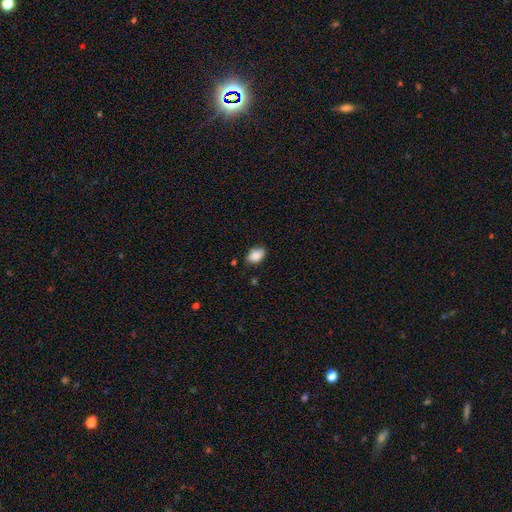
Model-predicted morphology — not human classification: smooth_or_featured: smooth (p=0.88) [alt: star or artifact p=0.08]
how_rounded: in between (p=0.88) [alt: round p=0.10]
merging: none (p=0.77) [alt: minor disturbance p=0.18]